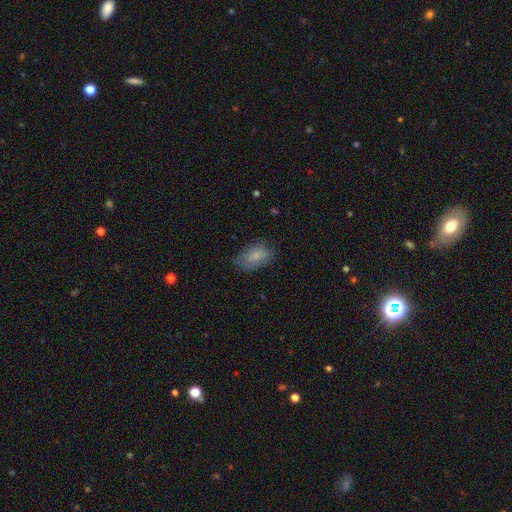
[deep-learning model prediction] Smooth or featured?
  - smooth: 77% *
  - featured or disk: 15%
  - star or artifact: 8%
How rounded?
  - in between: 90% *
  - round: 7%
  - cigar-shaped: 3%
Merging?
  - none: 68% *
  - minor disturbance: 24%
  - major disturbance: 7%
  - merger: 1%